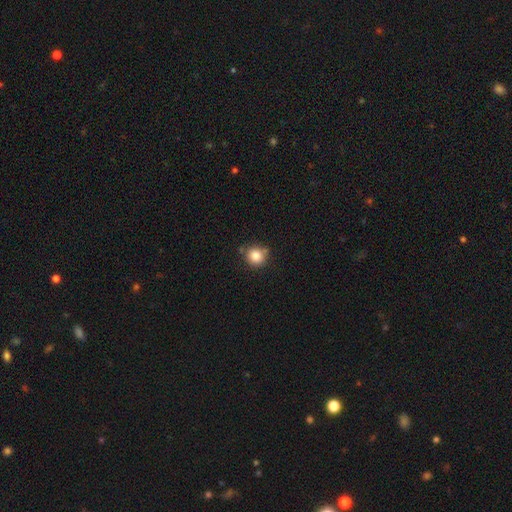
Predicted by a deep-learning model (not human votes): smooth-or-featured: smooth: 83% | star or artifact: 10% | featured or disk: 6%
  how-rounded: round: 91% | in between: 8% | cigar-shaped: 1%
  merging: none: 74% | minor disturbance: 15% | merger: 7% | major disturbance: 3%